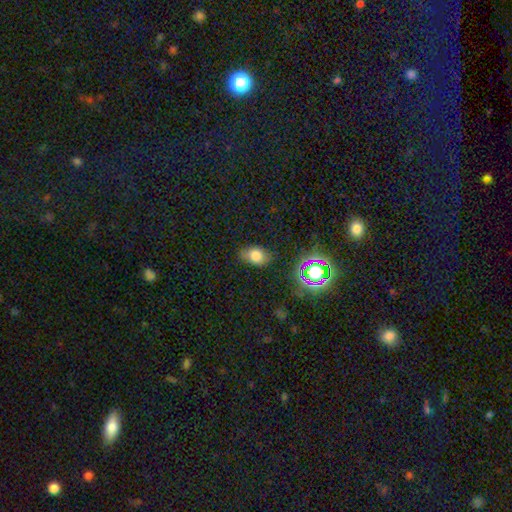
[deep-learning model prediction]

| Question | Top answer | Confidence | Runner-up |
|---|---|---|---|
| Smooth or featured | smooth | 74% | star or artifact (15%) |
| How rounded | in between | 78% | round (20%) |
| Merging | none | 74% | minor disturbance (19%) |